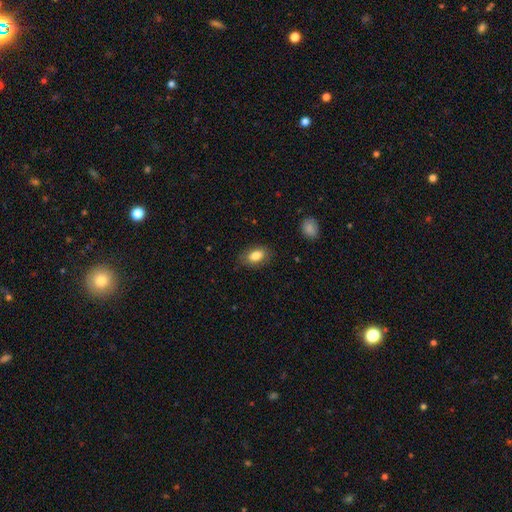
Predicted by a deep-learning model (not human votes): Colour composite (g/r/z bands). It shows a smooth galaxy with no disk features (83%) that is in between round and cigar-shaped (88%). Merging: none (83%).